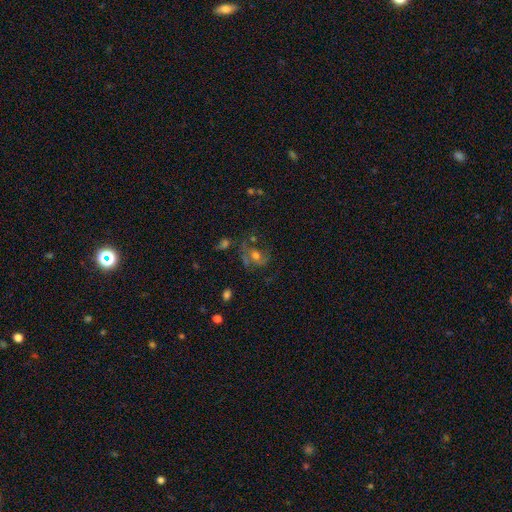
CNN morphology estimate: Smooth or featured? Predicted: featured or disk (p=0.44). Merging? Predicted: none (p=0.45).